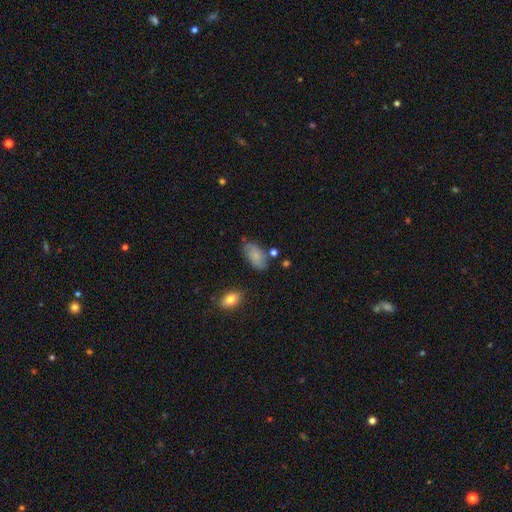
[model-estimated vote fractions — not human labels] This appears to be a smooth galaxy with no disk features (68%) that is in between round and cigar-shaped (93%). Merging: none (67%).